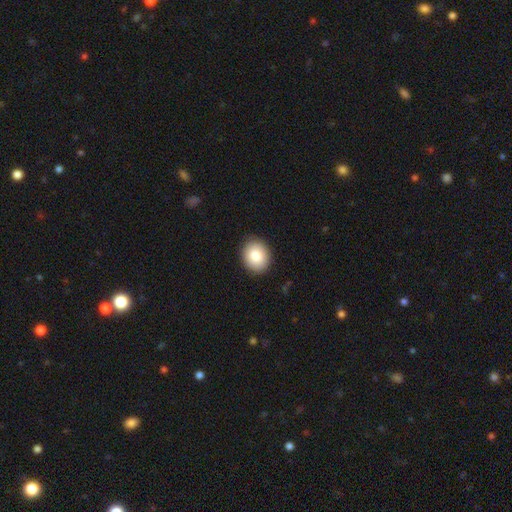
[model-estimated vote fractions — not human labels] A smooth galaxy with no disk features (81%) that is round (62%). Merging: none (90%).